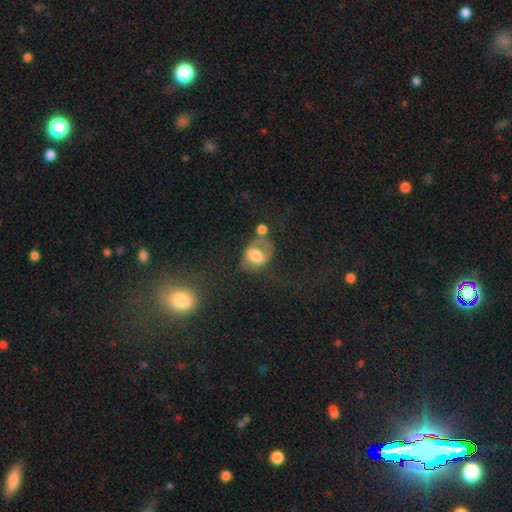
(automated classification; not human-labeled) Overall: smooth (56%; featured or disk 32%). How rounded: in between (64%; round 35%). Merging: none (30%; major disturbance 28%).